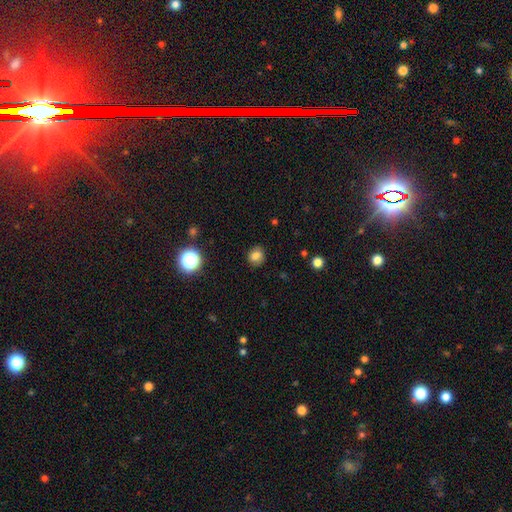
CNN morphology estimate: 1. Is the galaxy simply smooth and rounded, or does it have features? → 77% smooth, 14% star or artifact, 9% featured or disk.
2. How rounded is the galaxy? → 74% round, 25% in between, 1% cigar-shaped.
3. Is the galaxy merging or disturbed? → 85% none, 11% minor disturbance, 3% major disturbance, 1% merger.